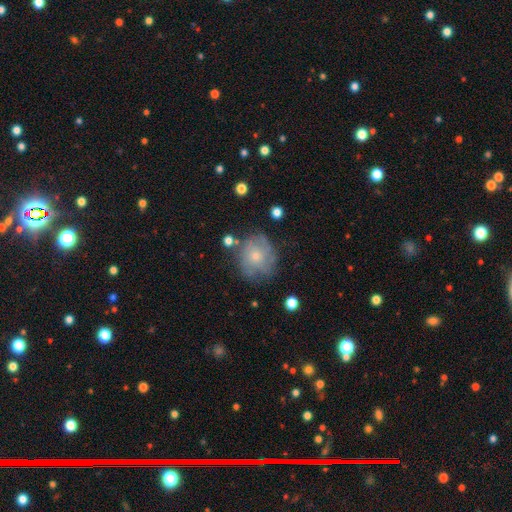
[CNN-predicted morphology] Overall: smooth (47%; featured or disk 44%). Merging: none (64%).